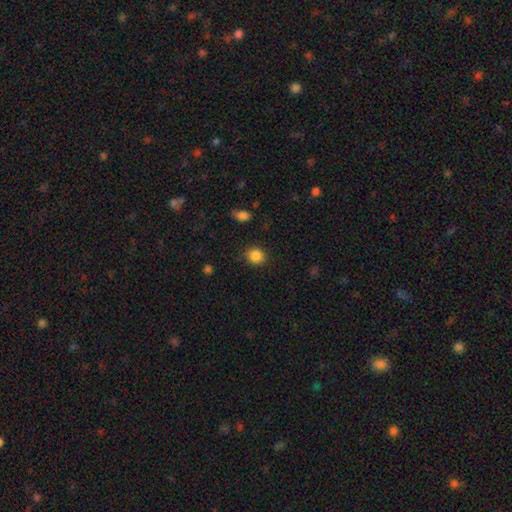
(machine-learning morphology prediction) Q: Smooth or featured?
A: smooth (86%); runner-up: star or artifact (10%)
Q: How rounded?
A: round (77%); runner-up: in between (22%)
Q: Merging?
A: none (87%); runner-up: minor disturbance (9%)